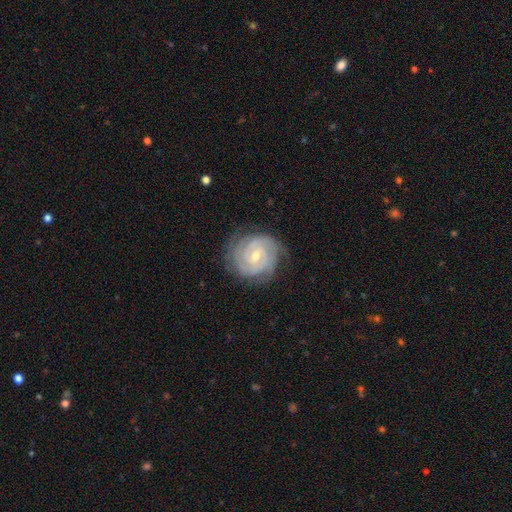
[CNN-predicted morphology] This appears to be a featured or disk galaxy (87%) with no bar (45%, tied with weak), 2 (28%) tight (80%) spiral arms (97%) and a moderate central bulge (49%). Merging: none (79%).